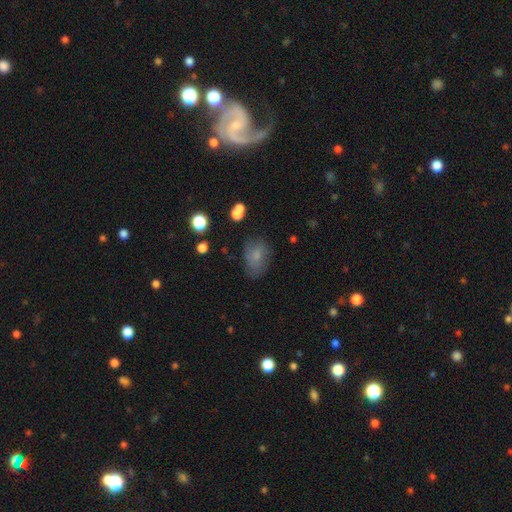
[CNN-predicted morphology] Smooth or featured?
  - smooth: 71% *
  - featured or disk: 18%
  - star or artifact: 12%
How rounded?
  - in between: 78% *
  - round: 20%
  - cigar-shaped: 2%
Merging?
  - none: 62% *
  - minor disturbance: 25%
  - major disturbance: 11%
  - merger: 3%